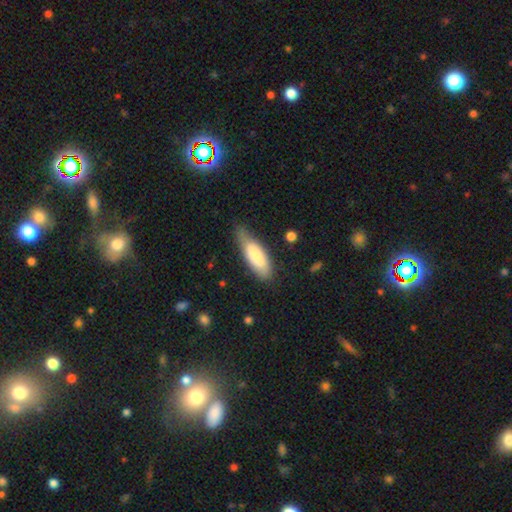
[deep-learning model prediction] smooth 76%, featured or disk 18%, star or artifact 6%. Down the decision tree: how rounded — in between (59%); merging — none (51%).